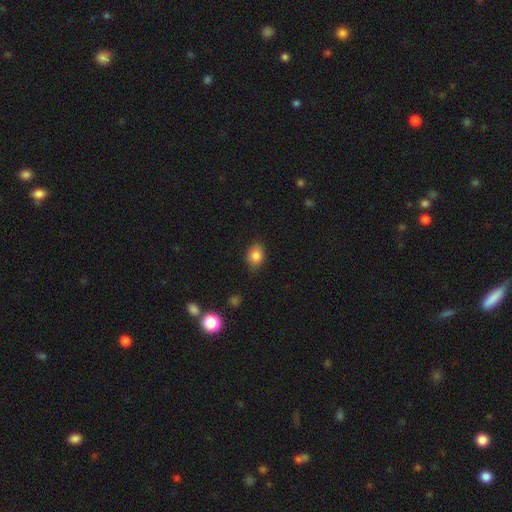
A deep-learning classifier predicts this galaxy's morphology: smooth_or_featured: smooth (p=0.83) [alt: star or artifact p=0.10]
how_rounded: in between (p=0.66) [alt: round p=0.33]
merging: none (p=0.83) [alt: minor disturbance p=0.13]